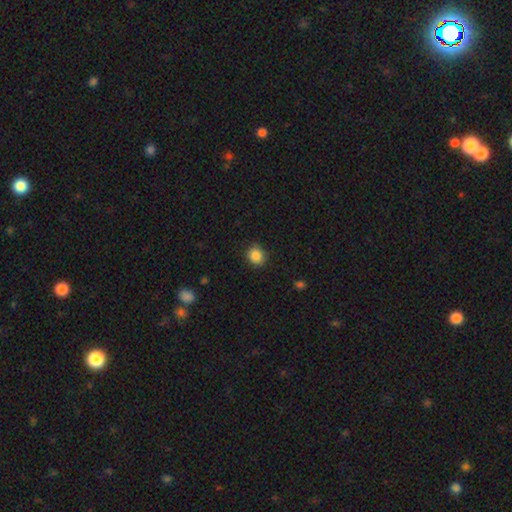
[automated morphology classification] A smooth galaxy with no disk features (86%) that is round (80%). Merging: none (87%).